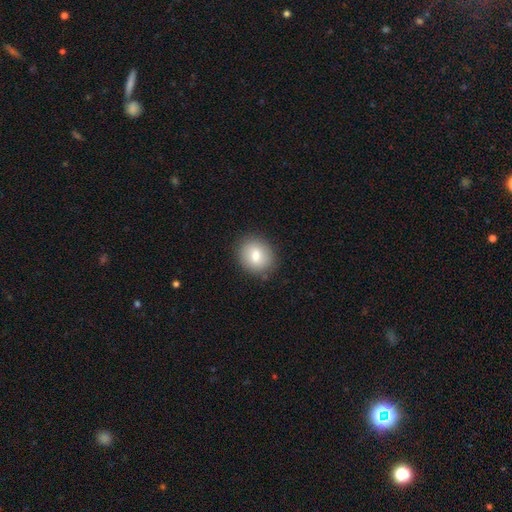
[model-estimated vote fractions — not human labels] A smooth galaxy with no disk features (77%) that is round (75%).

Vote fractions:
- Smooth or featured? smooth: 77% / featured or disk: 15% / star or artifact: 8%
- How rounded? round: 75% / in between: 25% / cigar-shaped: 1%
- Merging? none: 86% / minor disturbance: 9% / major disturbance: 3% / merger: 1%